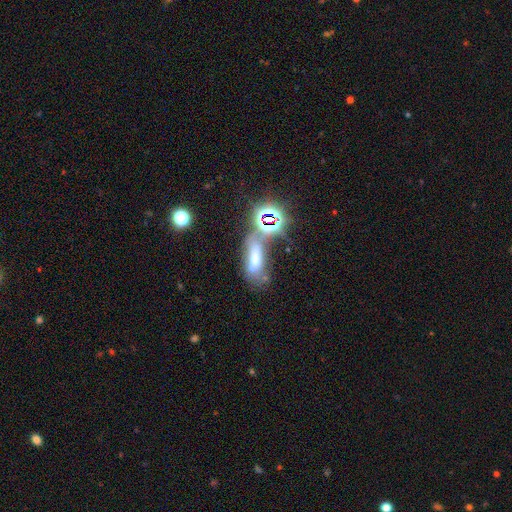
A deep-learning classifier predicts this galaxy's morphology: Overall: star or artifact (39%; smooth 33%).